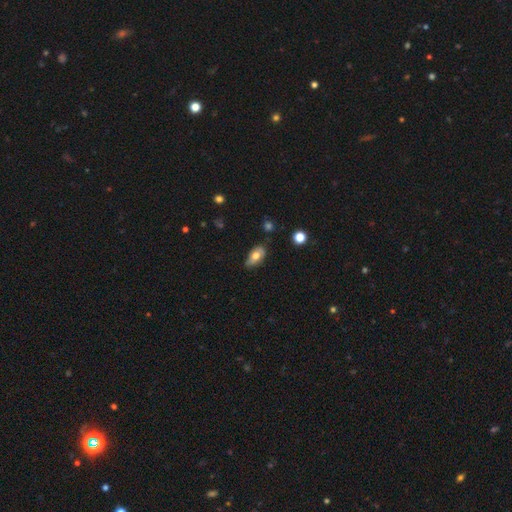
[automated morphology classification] smooth 68%, featured or disk 24%, star or artifact 8%. Down the decision tree: how rounded — in between (90%); merging — none (69%).